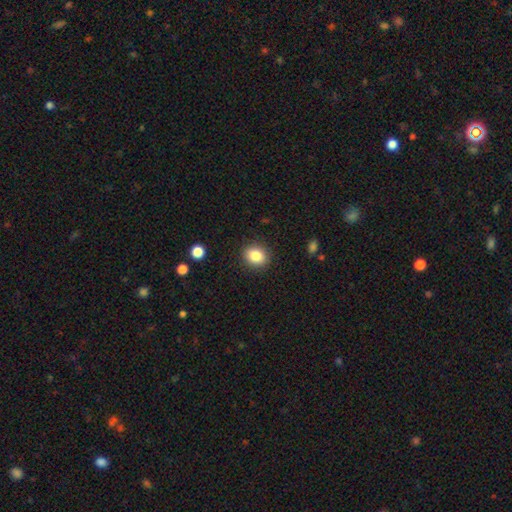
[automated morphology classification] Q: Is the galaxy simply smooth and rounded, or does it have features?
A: smooth — 85%.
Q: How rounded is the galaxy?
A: round — 64%.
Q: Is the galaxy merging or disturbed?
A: none — 89%.